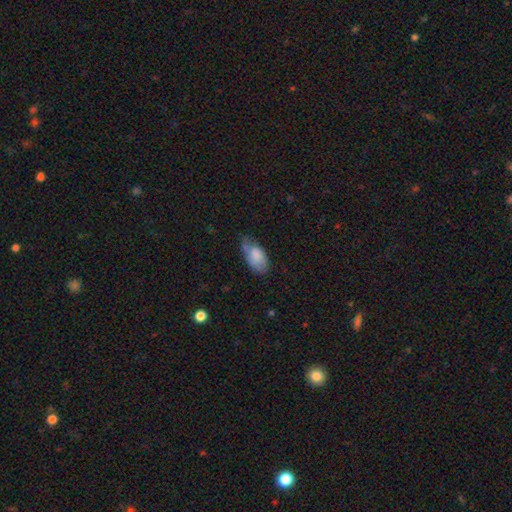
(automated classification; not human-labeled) smooth_or_featured: smooth (p=0.77) [alt: featured or disk p=0.16]
how_rounded: in between (p=0.94) [alt: round p=0.04]
merging: minor disturbance (p=0.41) [alt: none p=0.39]